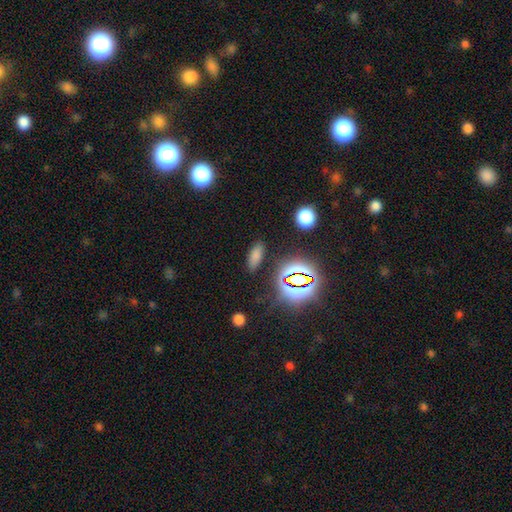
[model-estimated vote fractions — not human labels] This appears to be a smooth galaxy with no disk features (70%) that is in between round and cigar-shaped (74%). Merging: none (86%).